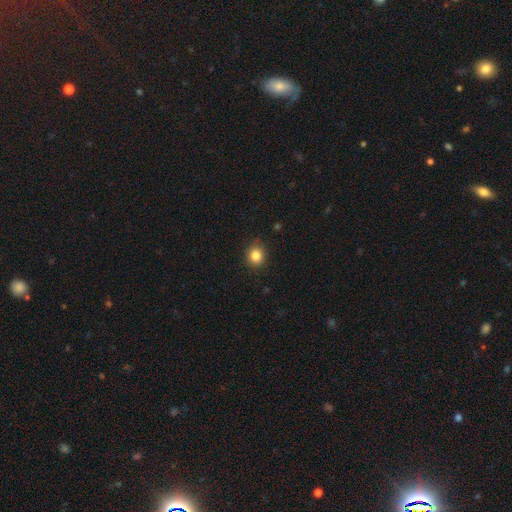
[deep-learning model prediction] Morphology: type=smooth (85%); roundness=round (81%); merging=none (88%).